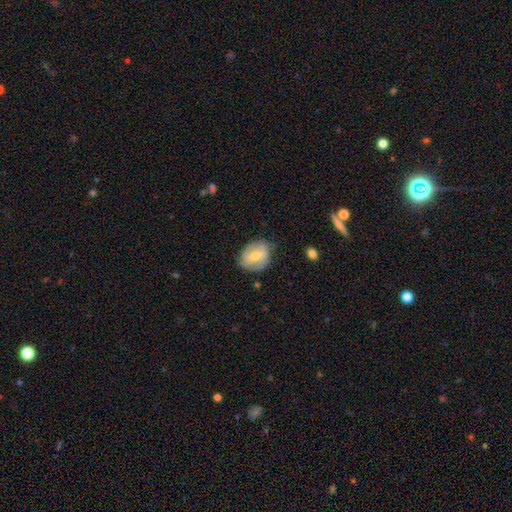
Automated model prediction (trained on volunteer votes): This appears to be a featured or disk galaxy (49%). Merging: none (68%).